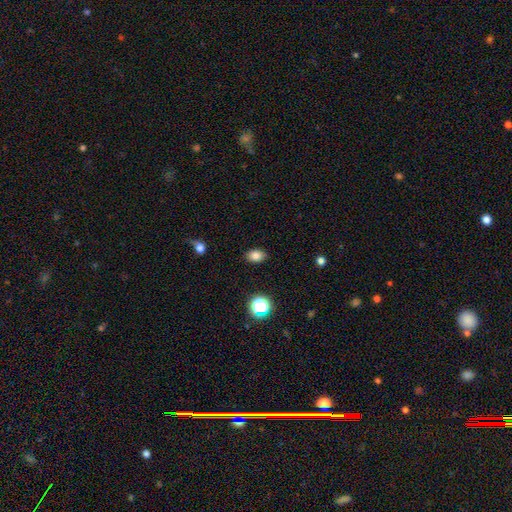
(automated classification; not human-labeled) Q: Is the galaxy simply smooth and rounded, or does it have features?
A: smooth — 81%.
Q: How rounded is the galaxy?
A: in between — 75%.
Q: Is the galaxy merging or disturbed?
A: none — 87%.